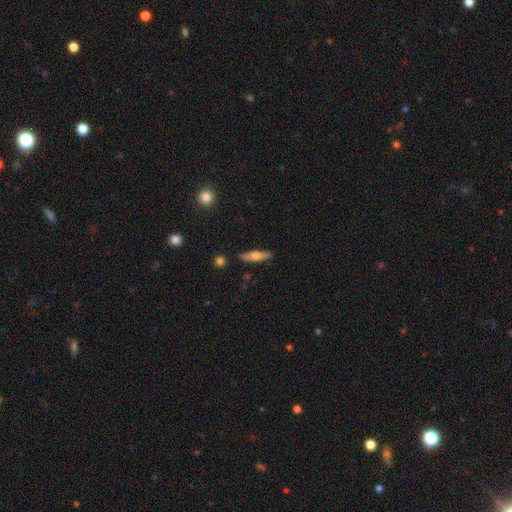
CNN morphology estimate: smooth 55%, featured or disk 38%, star or artifact 7%. Down the decision tree: how rounded — cigar-shaped (71%); merging — none (86%).